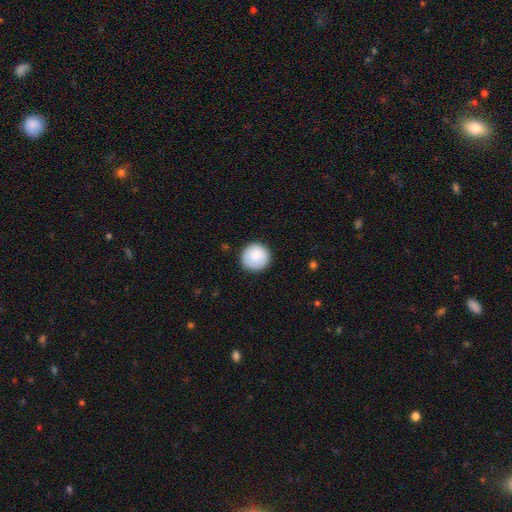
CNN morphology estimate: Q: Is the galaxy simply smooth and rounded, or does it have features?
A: smooth — 86%.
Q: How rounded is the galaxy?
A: round — 96%.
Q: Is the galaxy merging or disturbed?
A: none — 90%.